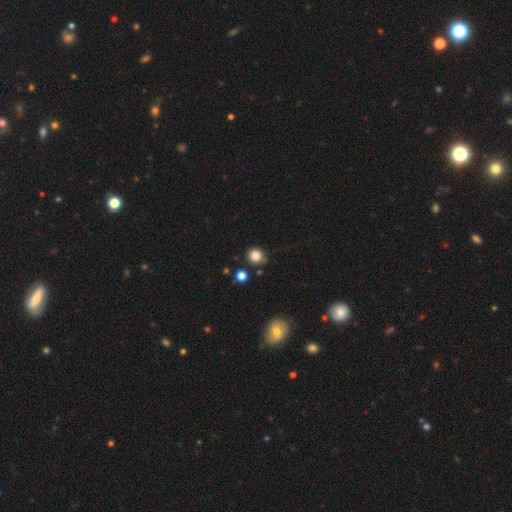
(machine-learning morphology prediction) This appears to be a smooth galaxy with no disk features (83%) that is round (91%). Merging: none (82%).